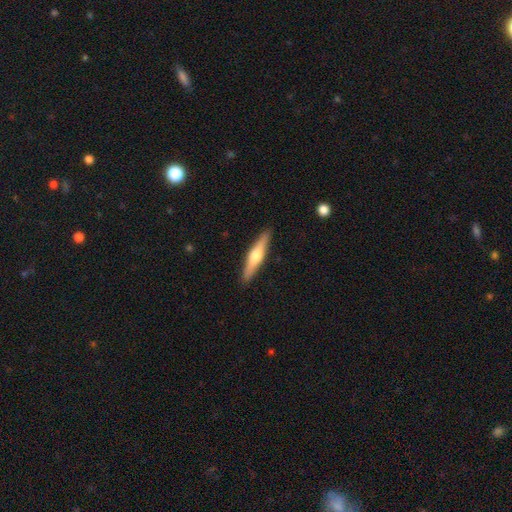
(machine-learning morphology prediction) Overall: featured or disk (51%; smooth 44%). Edge-on disk: yes (95%). Merging: none (91%).